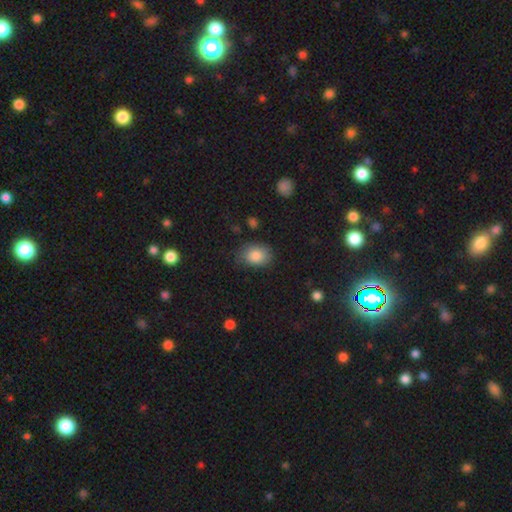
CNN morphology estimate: A smooth galaxy with no disk features (84%) that is in between round and cigar-shaped (66%). Merging: none (73%).